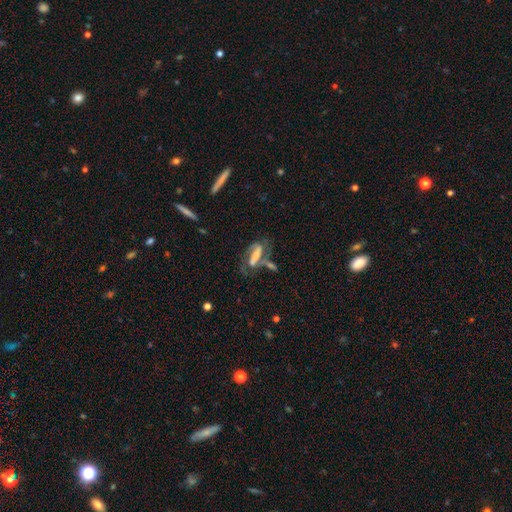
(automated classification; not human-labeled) Q: Smooth or featured?
A: featured or disk (64%); runner-up: smooth (27%)
Q: Edge-on disk?
A: no (88%); runner-up: yes (12%)
Q: Bar?
A: strong (41%); runner-up: weak (29%)
Q: Spiral arms?
A: yes (77%); runner-up: no (23%)
Q: Bulge size?
A: small (40%); runner-up: moderate (35%)
Q: Merging?
A: none (36%); runner-up: merger (25%)